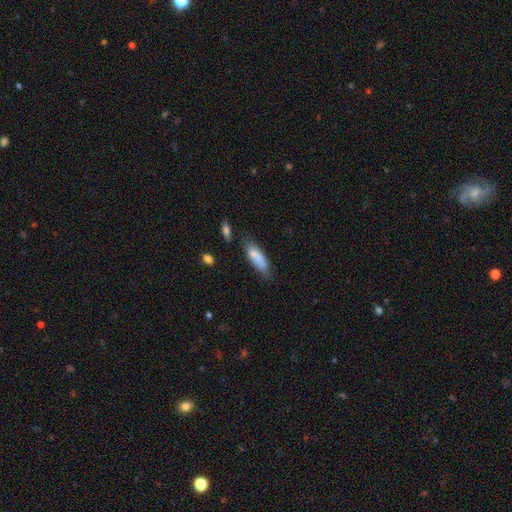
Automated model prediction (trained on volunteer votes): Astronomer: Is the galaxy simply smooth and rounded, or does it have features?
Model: smooth — 79%.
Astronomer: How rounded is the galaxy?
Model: cigar-shaped — 49%, tied with in between at 49%.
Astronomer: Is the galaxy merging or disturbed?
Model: none — 66%.